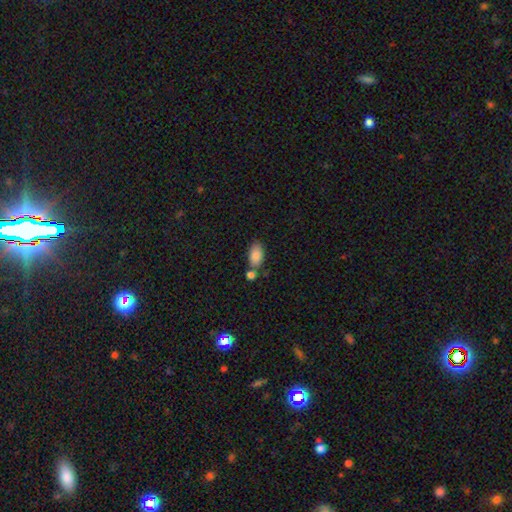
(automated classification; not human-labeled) The model was most divided on "merging": none: 59%, merger: 23%, minor disturbance: 14%, major disturbance: 4%. More confident: how rounded — in between (93%); smooth or featured — smooth (86%).